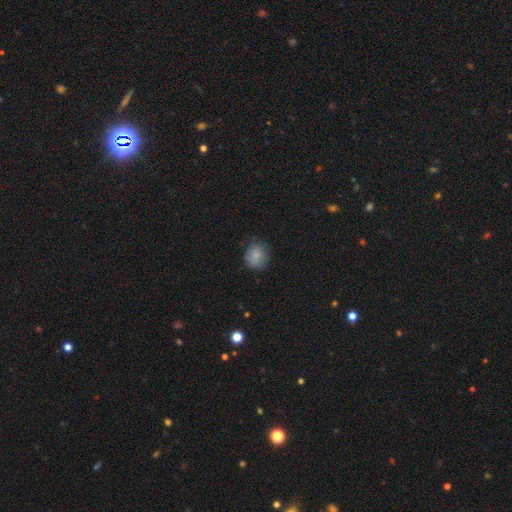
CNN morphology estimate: Q: Smooth or featured?
A: smooth (84%); runner-up: star or artifact (9%)
Q: How rounded?
A: round (73%); runner-up: in between (26%)
Q: Merging?
A: none (72%); runner-up: minor disturbance (21%)